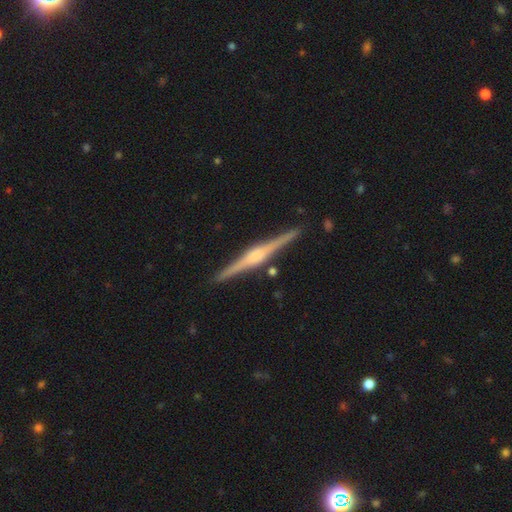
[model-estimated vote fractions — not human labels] A featured or disk galaxy (85%) viewed edge-on (99%) with a rounded central bulge (65%). Merging: none (90%).